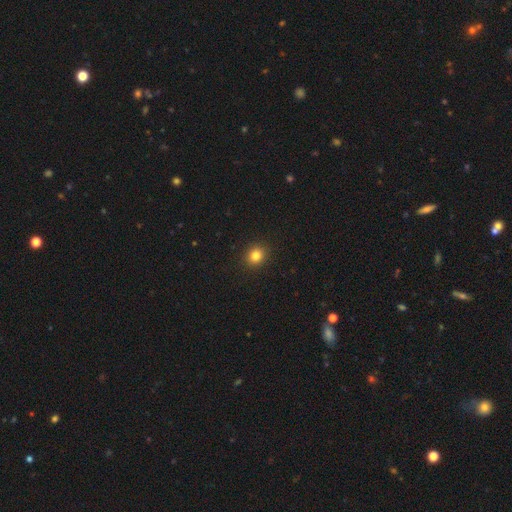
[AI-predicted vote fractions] Smooth or featured: smooth — 83% (star or artifact — 12%)
How rounded: round — 78% (in between — 21%)
Merging: none — 92% (minor disturbance — 5%)